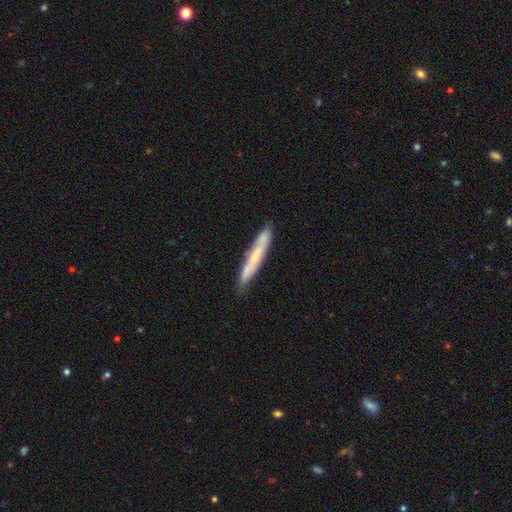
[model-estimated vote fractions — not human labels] Smooth or featured? Predicted: smooth (p=0.51). How rounded? Predicted: cigar-shaped (p=0.94). Merging? Predicted: none (p=0.79).